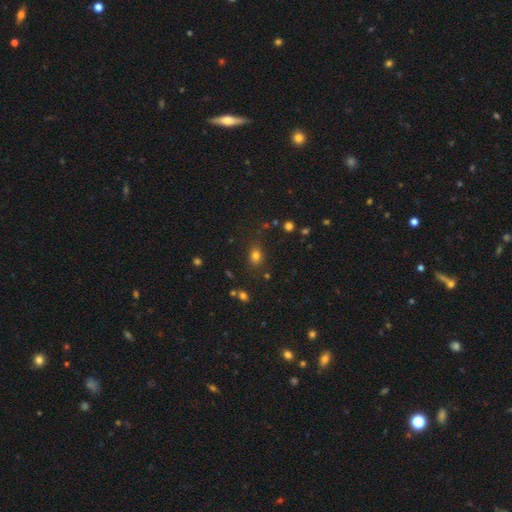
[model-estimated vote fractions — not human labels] smooth_or_featured: smooth (p=0.77) [alt: star or artifact p=0.16]
how_rounded: in between (p=0.60) [alt: round p=0.38]
merging: none (p=0.78) [alt: minor disturbance p=0.15]